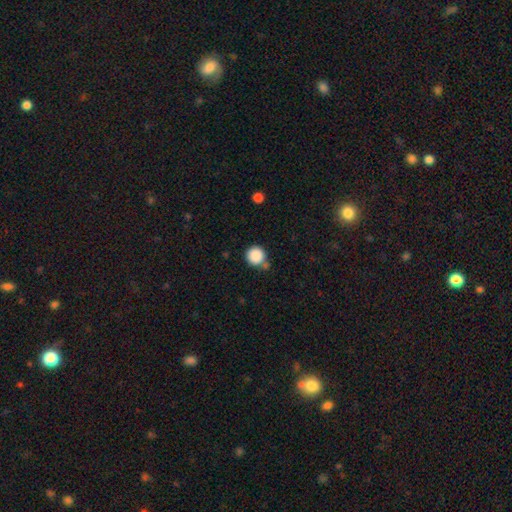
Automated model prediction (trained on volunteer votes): A smooth galaxy with no disk features (87%) that is round (95%).

Vote fractions:
- Smooth or featured? smooth: 87% / star or artifact: 9% / featured or disk: 3%
- How rounded? round: 95% / in between: 4% / cigar-shaped: 1%
- Merging? none: 70% / minor disturbance: 14% / merger: 11% / major disturbance: 4%